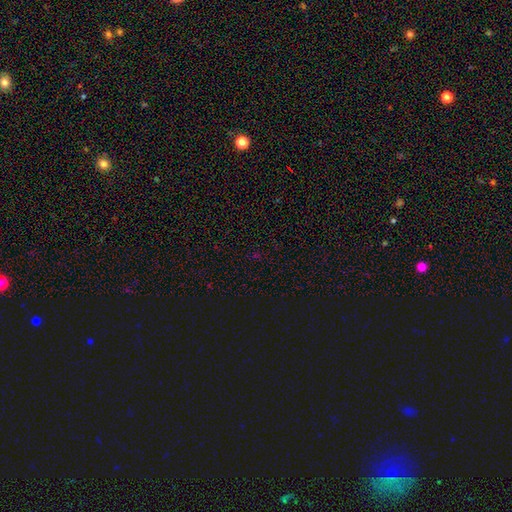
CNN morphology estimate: The model was most divided on "smooth or featured": star or artifact: 68%, smooth: 25%, featured or disk: 7%.